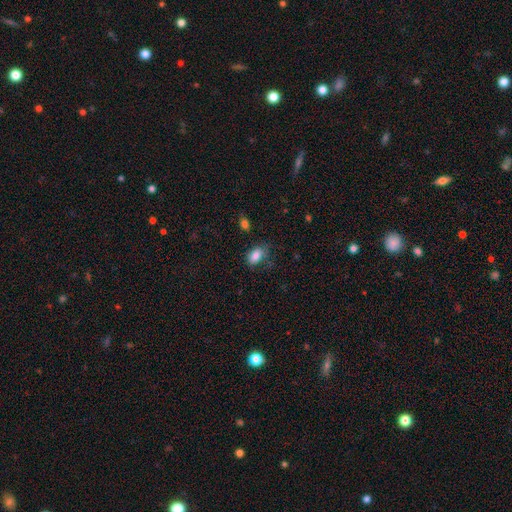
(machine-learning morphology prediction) This is clearly a smooth galaxy (85%). How rounded: clearly in between (88%). Merging: likely none (65%).